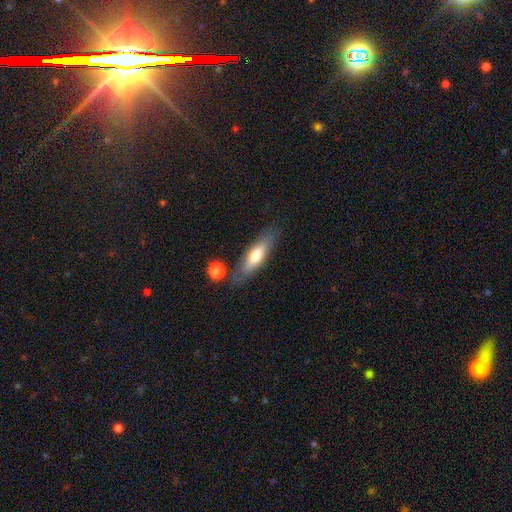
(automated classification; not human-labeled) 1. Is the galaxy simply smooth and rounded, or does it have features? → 62% smooth, 32% featured or disk, 6% star or artifact.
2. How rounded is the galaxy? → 58% cigar-shaped, 39% in between, 2% round.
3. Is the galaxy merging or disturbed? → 76% none, 14% minor disturbance, 5% merger, 4% major disturbance.